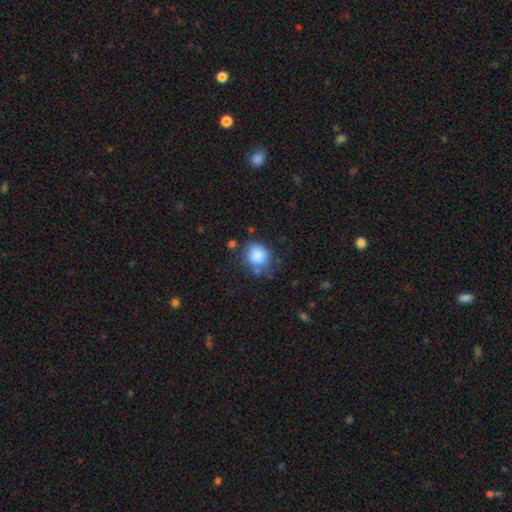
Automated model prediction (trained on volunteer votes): Smooth or featured: smooth — 83% (featured or disk — 9%)
How rounded: round — 66% (in between — 33%)
Merging: none — 58% (minor disturbance — 25%)